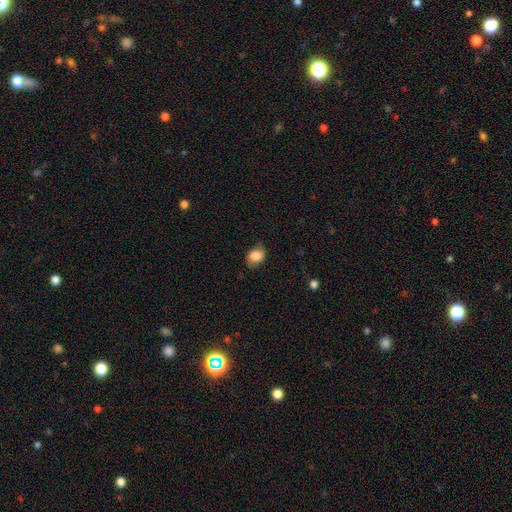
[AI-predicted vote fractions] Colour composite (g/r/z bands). It shows a smooth galaxy with no disk features (76%) that is in between round and cigar-shaped (61%). Merging: none (67%).